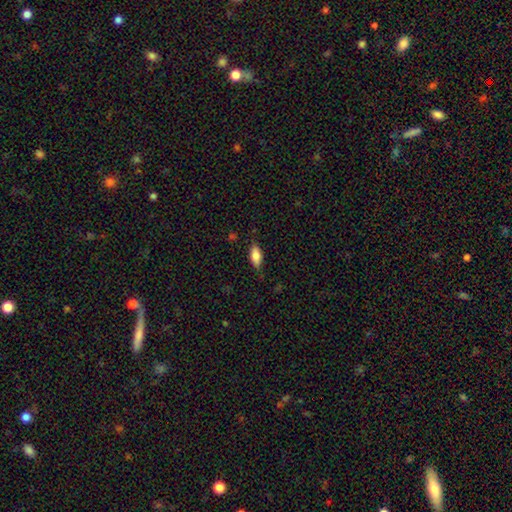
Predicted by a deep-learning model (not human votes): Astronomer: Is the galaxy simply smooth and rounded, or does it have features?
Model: smooth — 81%.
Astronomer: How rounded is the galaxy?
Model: in between — 83%.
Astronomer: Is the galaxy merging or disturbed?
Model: none — 81%.